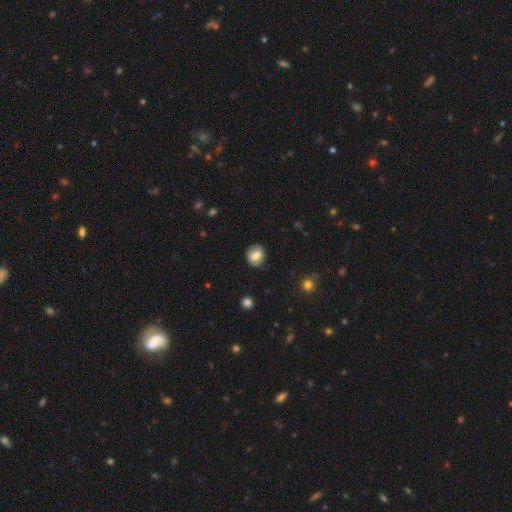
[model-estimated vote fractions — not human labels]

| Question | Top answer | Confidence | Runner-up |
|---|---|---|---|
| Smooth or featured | smooth | 69% | featured or disk (23%) |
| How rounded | round | 61% | in between (37%) |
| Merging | none | 80% | minor disturbance (14%) |